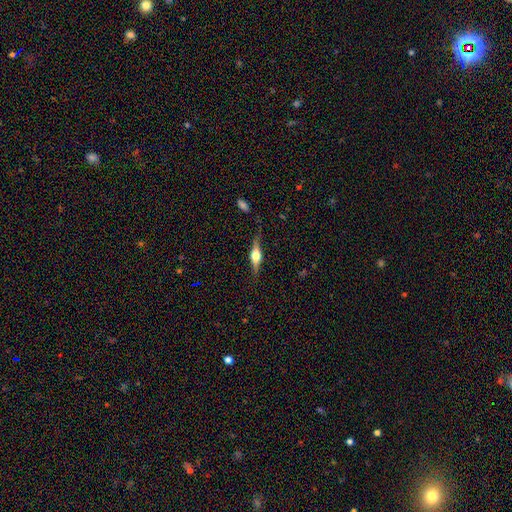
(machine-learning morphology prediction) Smooth or featured: featured or disk — 72% (smooth — 21%)
Edge-on disk: yes — 97% (no — 3%)
Edge-on bulge: rounded — 92% (boxy — 7%)
Merging: none — 83% (minor disturbance — 12%)